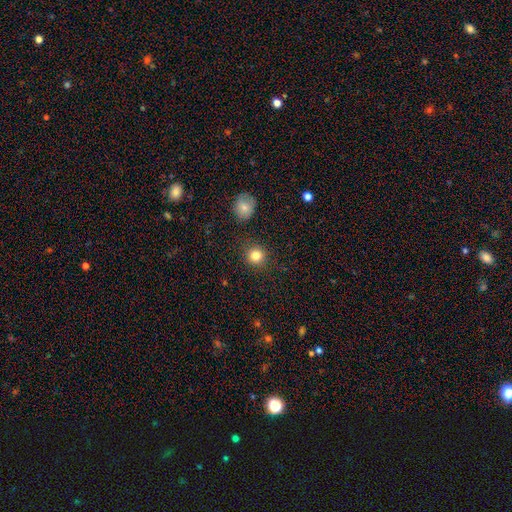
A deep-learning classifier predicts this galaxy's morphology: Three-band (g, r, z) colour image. It shows a smooth galaxy with no disk features (83%) that is round (91%). Merging: none (89%).